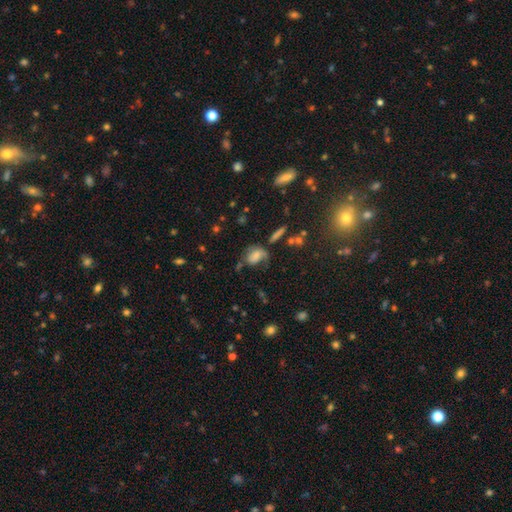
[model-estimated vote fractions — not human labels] smooth-or-featured: smooth: 55% | featured or disk: 33% | star or artifact: 12%
  how-rounded: in between: 67% | round: 30% | cigar-shaped: 3%
  merging: none: 37% | major disturbance: 30% | minor disturbance: 26% | merger: 7%